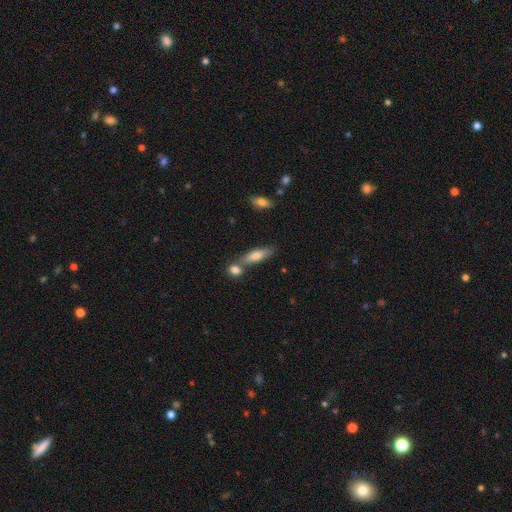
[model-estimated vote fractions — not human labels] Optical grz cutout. It shows a smooth galaxy with no disk features (72%) that is cigar-shaped (55%). Merging: none (60%).